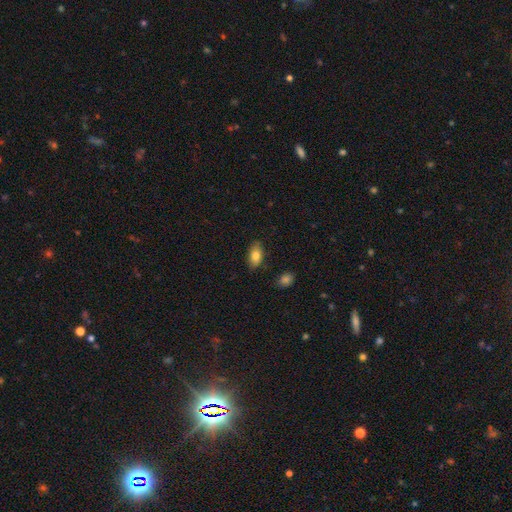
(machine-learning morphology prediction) This appears to be a smooth galaxy with no disk features (81%) that is in between round and cigar-shaped (91%). Merging: none (84%).